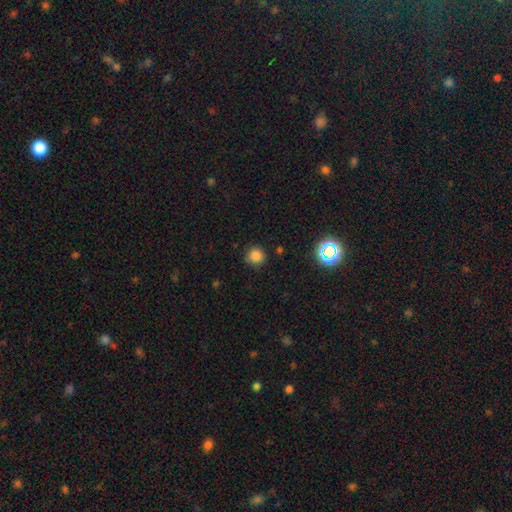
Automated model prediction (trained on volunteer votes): smooth 81%, star or artifact 15%, featured or disk 4%. Down the decision tree: how rounded — round (93%); merging — none (88%).